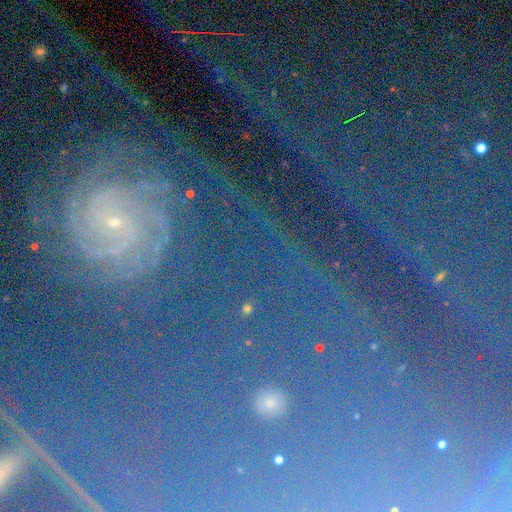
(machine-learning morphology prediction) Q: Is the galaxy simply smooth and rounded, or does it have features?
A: star or artifact — 47%.